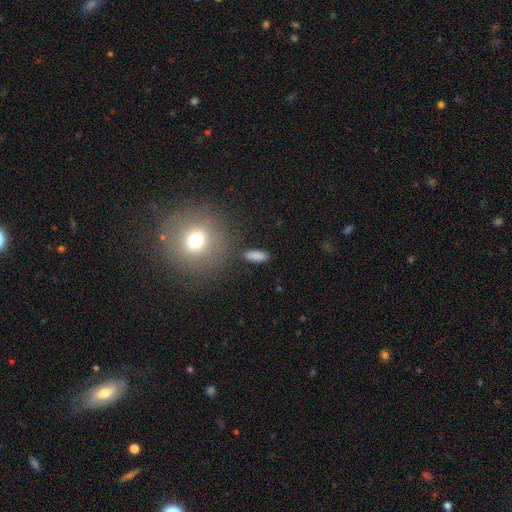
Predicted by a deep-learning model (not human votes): Smooth or featured: smooth — 85% (star or artifact — 10%)
How rounded: in between — 68% (cigar-shaped — 27%)
Merging: none — 83% (minor disturbance — 10%)